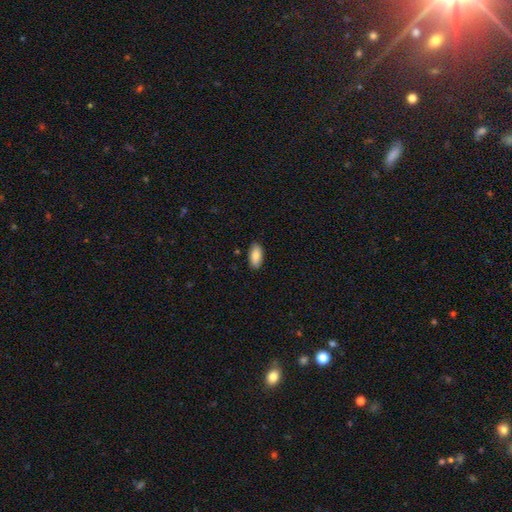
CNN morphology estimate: Smooth or featured: smooth — 87% (featured or disk — 7%)
How rounded: in between — 89% (cigar-shaped — 9%)
Merging: none — 87% (minor disturbance — 10%)